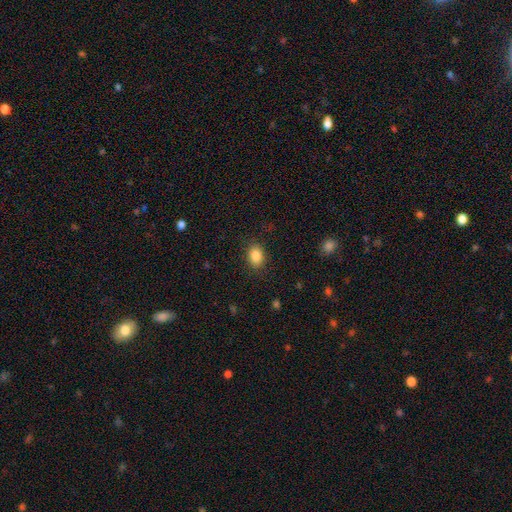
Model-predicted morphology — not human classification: This is clearly a smooth galaxy (87%). How rounded: likely in between (73%). Merging: clearly none (85%).